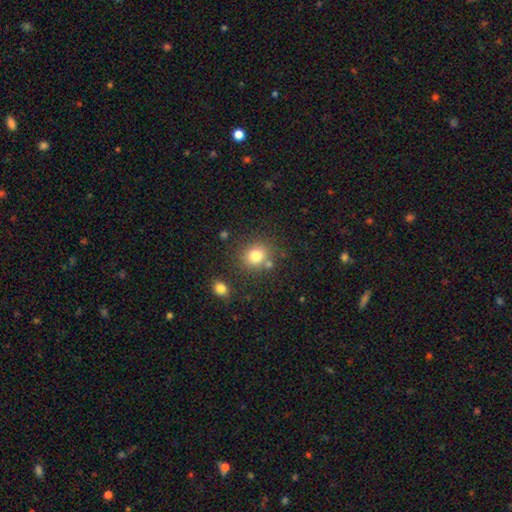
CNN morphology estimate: Q: Smooth or featured?
A: smooth (79%); runner-up: star or artifact (13%)
Q: How rounded?
A: round (79%); runner-up: in between (20%)
Q: Merging?
A: none (75%); runner-up: minor disturbance (11%)